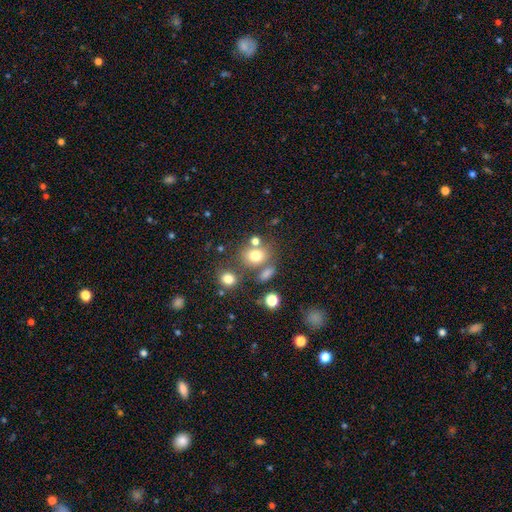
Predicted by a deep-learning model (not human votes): Smooth or featured? Predicted: smooth (p=0.72). How rounded? Predicted: round (p=0.64). Merging? Predicted: none (p=0.58).